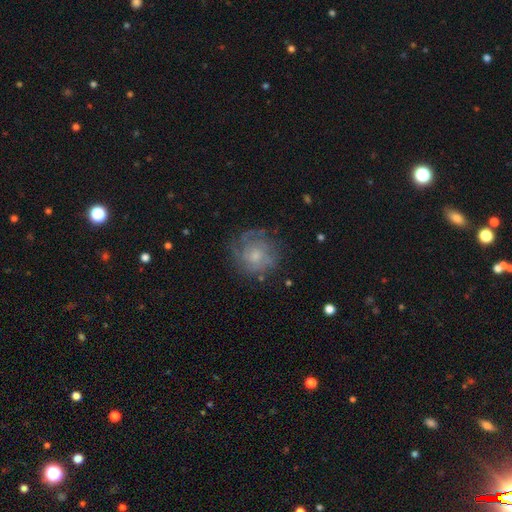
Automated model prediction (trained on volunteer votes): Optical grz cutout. It shows a featured or disk galaxy (55%) with no bar (79%), spiral arms (72%) and a small central bulge (45%). Merging: none (68%).